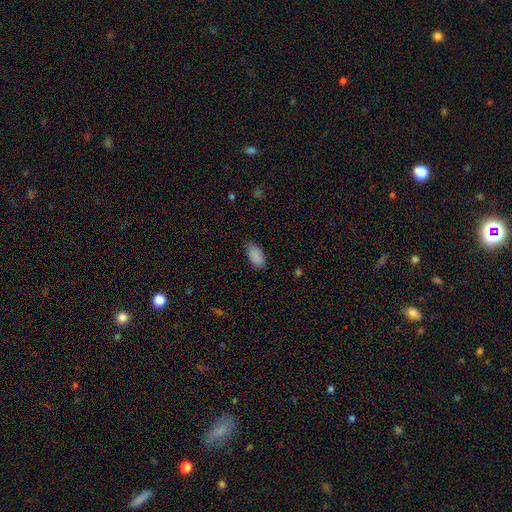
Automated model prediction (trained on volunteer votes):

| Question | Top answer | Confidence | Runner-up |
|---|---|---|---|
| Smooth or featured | smooth | 88% | star or artifact (7%) |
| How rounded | in between | 94% | cigar-shaped (3%) |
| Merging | none | 76% | minor disturbance (20%) |